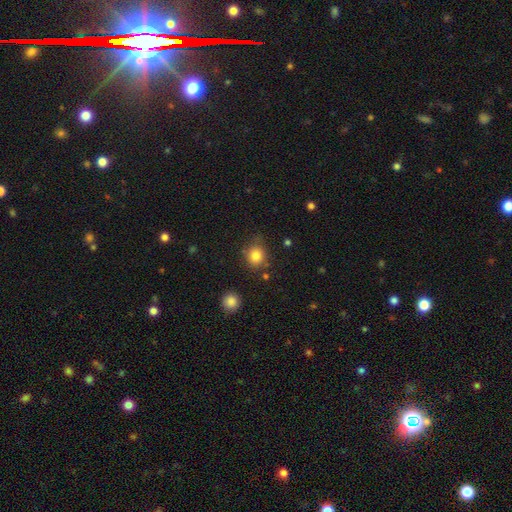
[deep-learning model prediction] Q: Smooth or featured?
A: smooth (83%); runner-up: star or artifact (11%)
Q: How rounded?
A: round (79%); runner-up: in between (20%)
Q: Merging?
A: none (74%); runner-up: minor disturbance (17%)